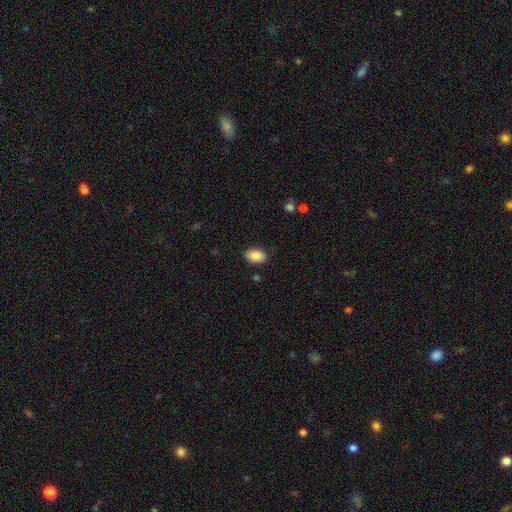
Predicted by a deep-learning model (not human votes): Overall: smooth (89%). How rounded: in between (87%). Merging: none (86%).